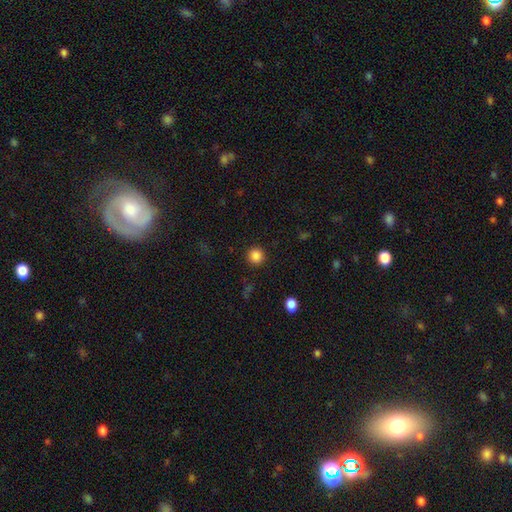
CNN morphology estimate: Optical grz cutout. It shows a smooth galaxy with no disk features (86%) that is round (94%). Merging: none (91%).